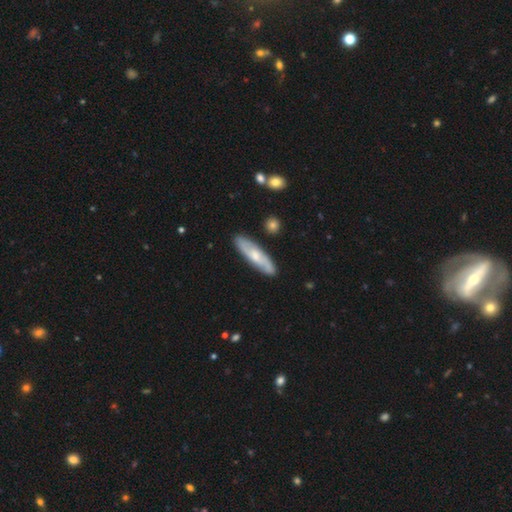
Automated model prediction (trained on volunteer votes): This is possibly a featured or disk galaxy (51%). It is likely not viewed edge-on (62%). Merging: clearly none (86%).